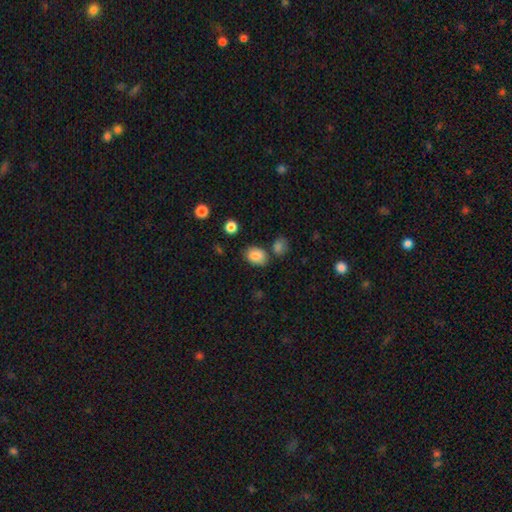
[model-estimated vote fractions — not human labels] smooth-or-featured: smooth: 84% | star or artifact: 9% | featured or disk: 7%
  how-rounded: in between: 72% | round: 27% | cigar-shaped: 1%
  merging: none: 74% | minor disturbance: 14% | merger: 8% | major disturbance: 4%